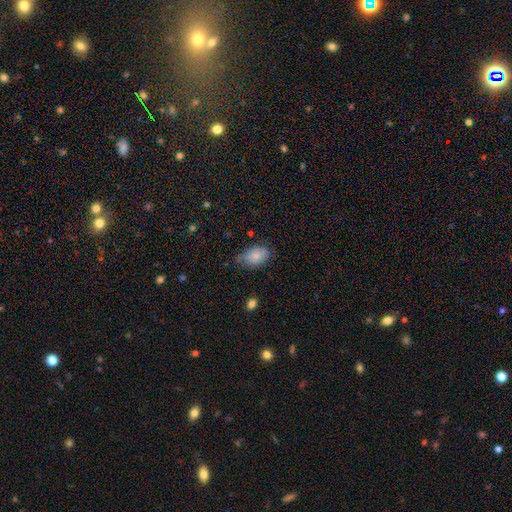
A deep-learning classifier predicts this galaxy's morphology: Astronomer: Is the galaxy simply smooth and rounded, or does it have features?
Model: smooth — 83%.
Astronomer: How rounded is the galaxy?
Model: in between — 90%.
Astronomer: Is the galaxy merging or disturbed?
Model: none — 66%.